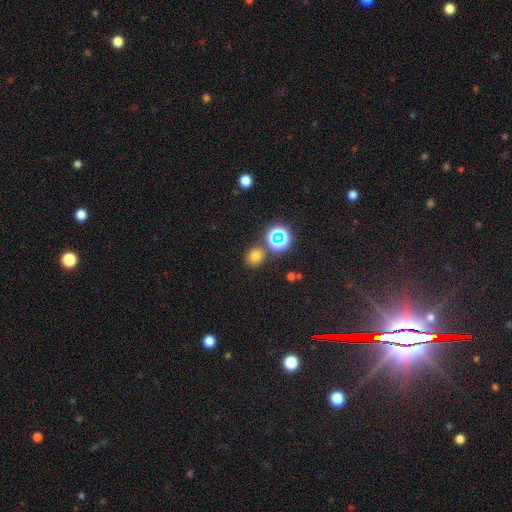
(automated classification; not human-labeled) Overall: smooth (69%). How rounded: round (72%). Merging: none (79%).